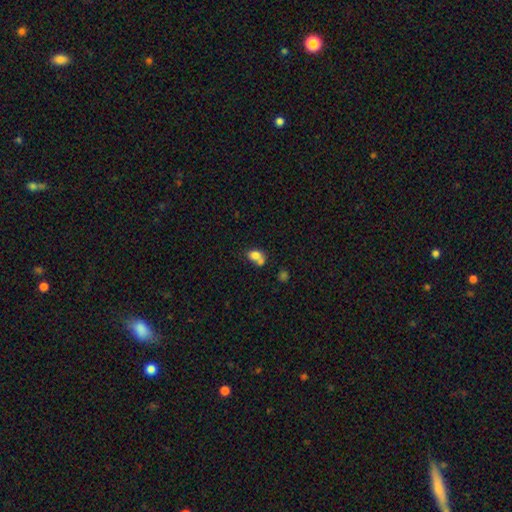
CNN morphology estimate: A smooth galaxy with no disk features (77%) that is in between round and cigar-shaped (63%). Merging: merger (50%).